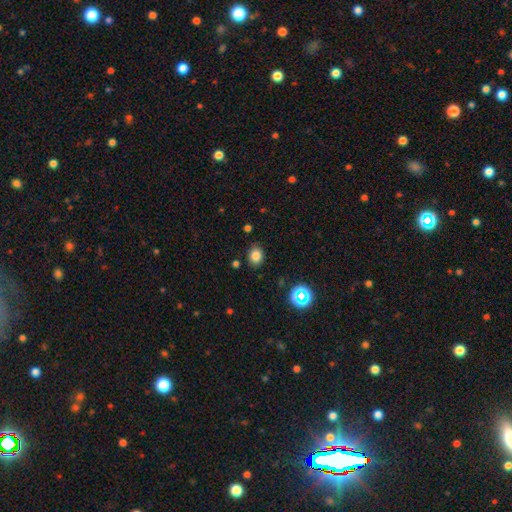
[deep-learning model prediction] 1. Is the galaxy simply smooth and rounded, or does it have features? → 81% smooth, 13% star or artifact, 6% featured or disk.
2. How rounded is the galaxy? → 51% in between, 48% round, 1% cigar-shaped.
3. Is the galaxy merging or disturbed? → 85% none, 10% minor disturbance, 3% major disturbance, 2% merger.